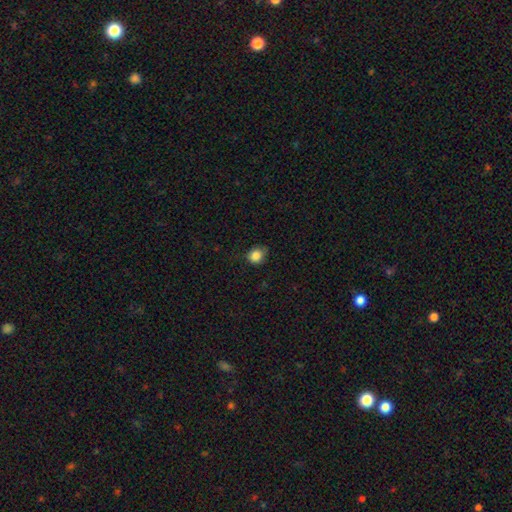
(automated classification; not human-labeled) Morphology: type=smooth (86%); roundness=round (69%); merging=none (71%).